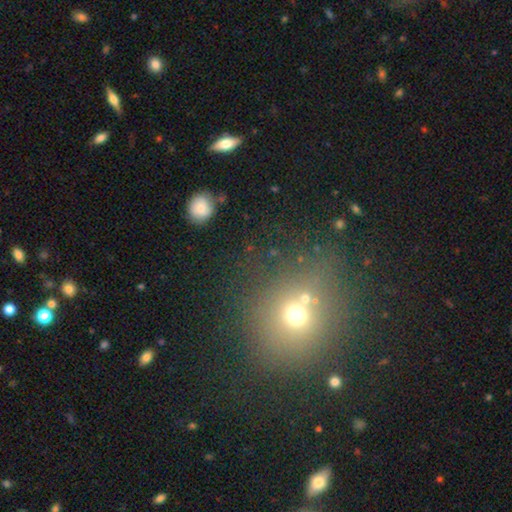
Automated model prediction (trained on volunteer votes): smooth_or_featured: smooth (p=0.47) [alt: star or artifact p=0.41]
merging: none (p=0.68) [alt: merger p=0.16]